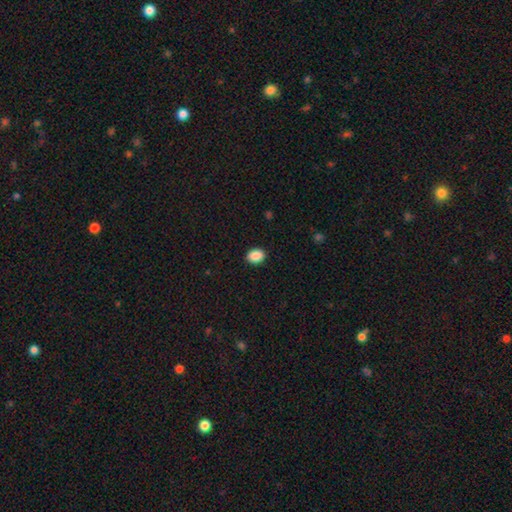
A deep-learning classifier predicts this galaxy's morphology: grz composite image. It shows a smooth galaxy with no disk features (89%) that is in between round and cigar-shaped (64%). Merging: none (91%).